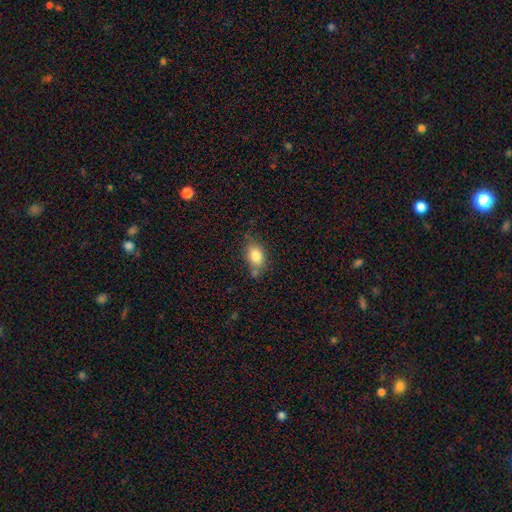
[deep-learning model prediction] A smooth galaxy with no disk features (82%) that is in between round and cigar-shaped (76%).

Vote fractions:
- Smooth or featured? smooth: 82% / featured or disk: 9% / star or artifact: 9%
- How rounded? in between: 76% / round: 22% / cigar-shaped: 2%
- Merging? none: 58% / minor disturbance: 25% / merger: 10% / major disturbance: 6%